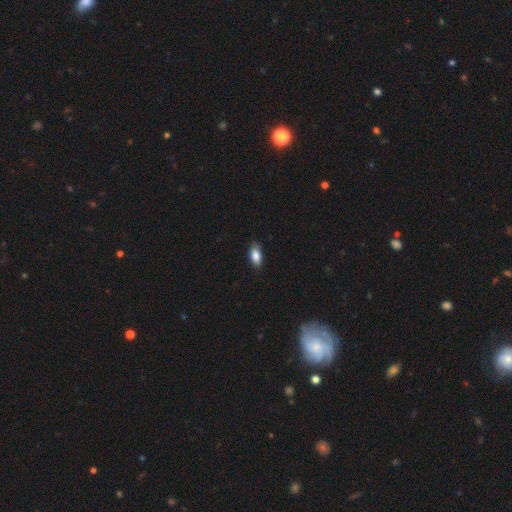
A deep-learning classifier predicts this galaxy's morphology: smooth_or_featured: smooth (p=0.85) [alt: featured or disk p=0.08]
how_rounded: in between (p=0.90) [alt: cigar-shaped p=0.06]
merging: none (p=0.84) [alt: minor disturbance p=0.13]